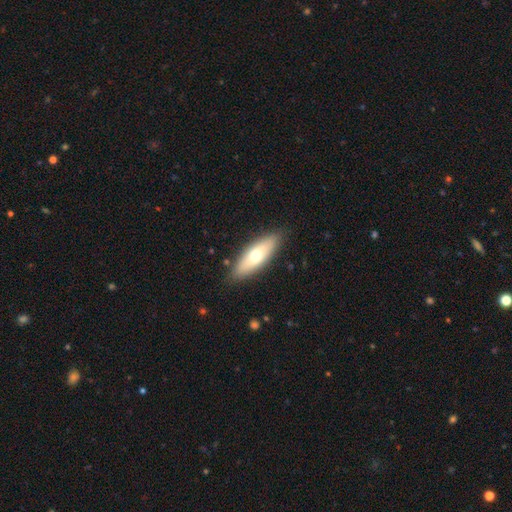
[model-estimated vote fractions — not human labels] A smooth galaxy with no disk features (62%) that is in between round and cigar-shaped (60%).

Vote fractions:
- Smooth or featured? smooth: 62% / featured or disk: 32% / star or artifact: 6%
- How rounded? in between: 60% / cigar-shaped: 38% / round: 2%
- Merging? none: 87% / minor disturbance: 10% / major disturbance: 2% / merger: 1%